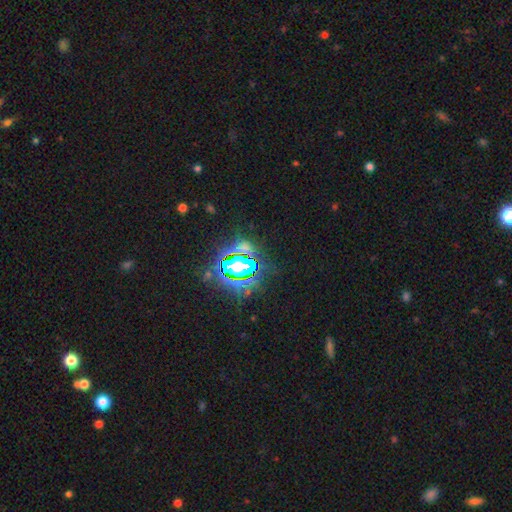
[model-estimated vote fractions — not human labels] Overall: star or artifact (85%).